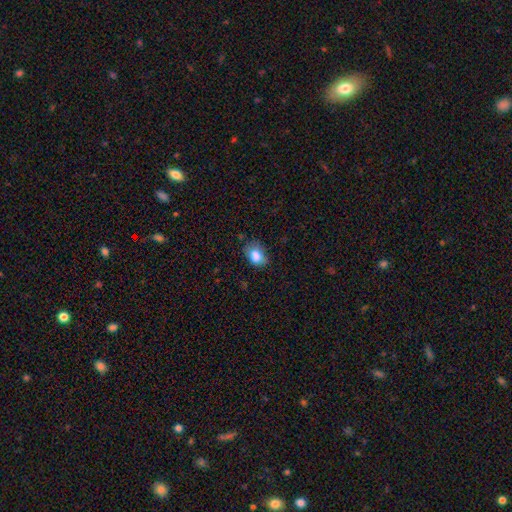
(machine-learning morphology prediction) A smooth galaxy with no disk features (83%) that is in between round and cigar-shaped (74%).

Vote fractions:
- Smooth or featured? smooth: 83% / star or artifact: 9% / featured or disk: 8%
- How rounded? in between: 74% / round: 25% / cigar-shaped: 1%
- Merging? none: 59% / minor disturbance: 29% / major disturbance: 9% / merger: 2%